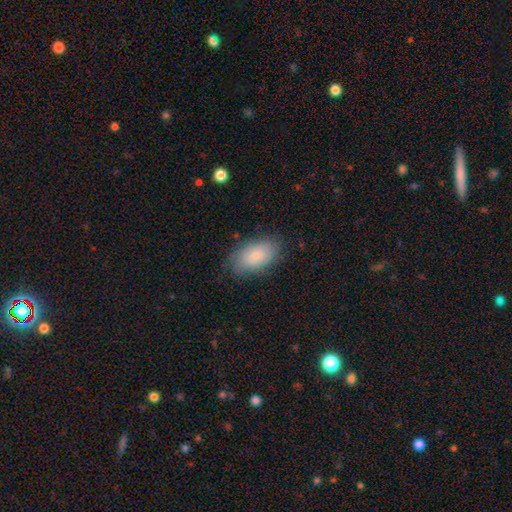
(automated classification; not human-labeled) smooth 83%, featured or disk 11%, star or artifact 6%. Down the decision tree: how rounded — in between (94%); merging — none (79%).